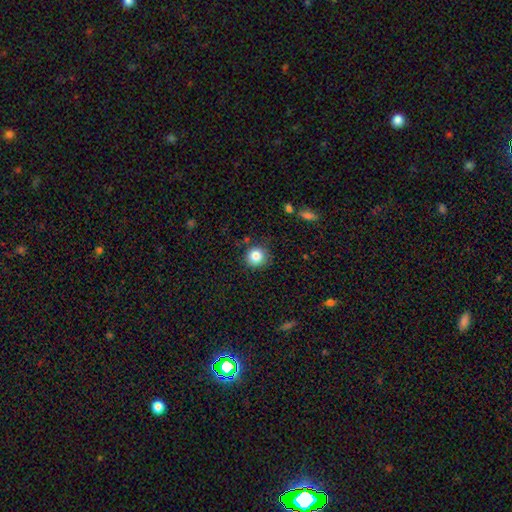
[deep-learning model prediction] Smooth or featured: smooth — 83% (star or artifact — 11%)
How rounded: round — 91% (in between — 8%)
Merging: none — 84% (minor disturbance — 11%)